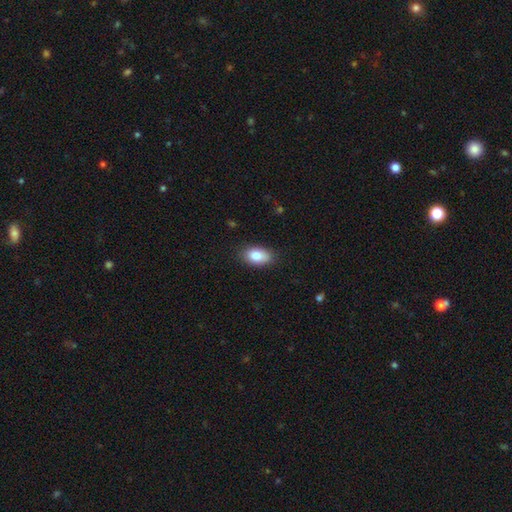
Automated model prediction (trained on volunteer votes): The model was most divided on "merging": none: 85%, minor disturbance: 12%, major disturbance: 3%, merger: 1%. More confident: how rounded — in between (91%); smooth or featured — smooth (85%).